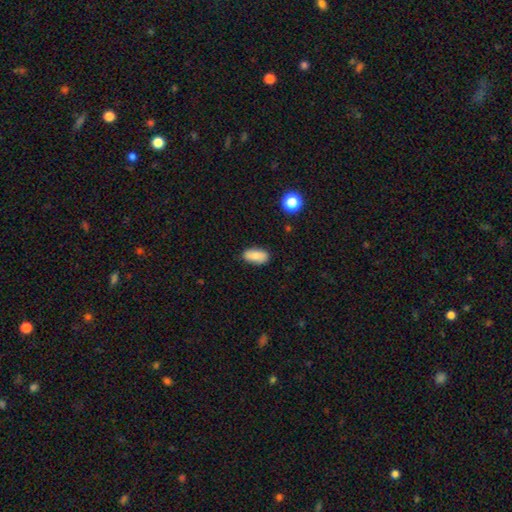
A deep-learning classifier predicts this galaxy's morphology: smooth-or-featured: smooth: 78% | featured or disk: 14% | star or artifact: 8%
  how-rounded: in between: 92% | cigar-shaped: 4% | round: 4%
  merging: none: 82% | minor disturbance: 14% | major disturbance: 2% | merger: 2%